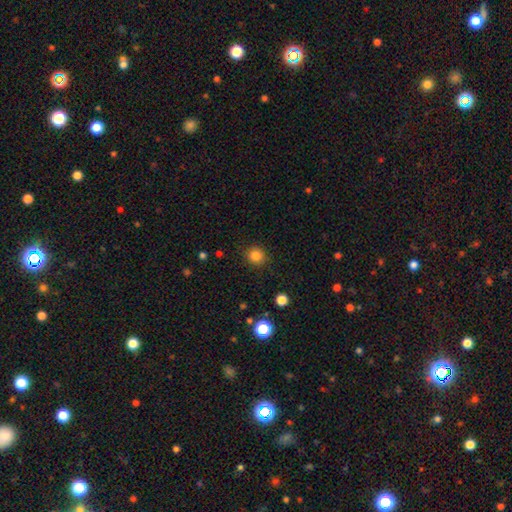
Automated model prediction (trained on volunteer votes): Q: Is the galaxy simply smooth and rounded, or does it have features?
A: smooth — 83%.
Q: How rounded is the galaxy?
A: round — 88%.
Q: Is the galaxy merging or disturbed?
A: none — 89%.